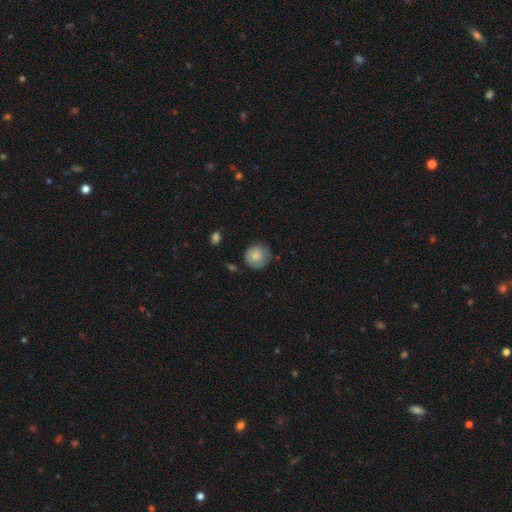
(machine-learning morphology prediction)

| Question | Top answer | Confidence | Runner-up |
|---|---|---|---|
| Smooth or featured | smooth | 83% | featured or disk (10%) |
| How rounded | round | 91% | in between (8%) |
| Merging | none | 79% | minor disturbance (16%) |